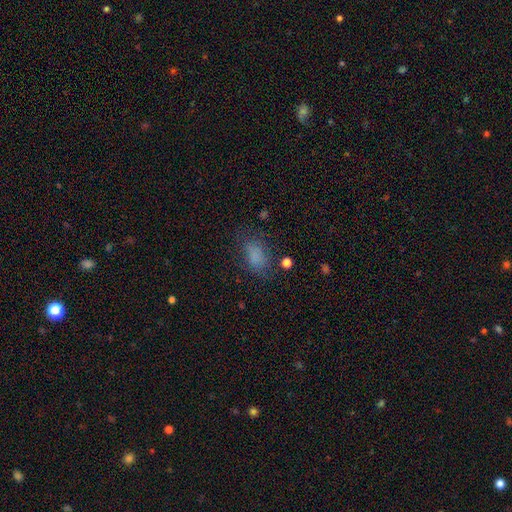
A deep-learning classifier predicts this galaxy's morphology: Smooth or featured?
  - smooth: 75% *
  - star or artifact: 14%
  - featured or disk: 11%
How rounded?
  - in between: 84% *
  - round: 14%
  - cigar-shaped: 3%
Merging?
  - none: 60% *
  - minor disturbance: 22%
  - major disturbance: 15%
  - merger: 3%